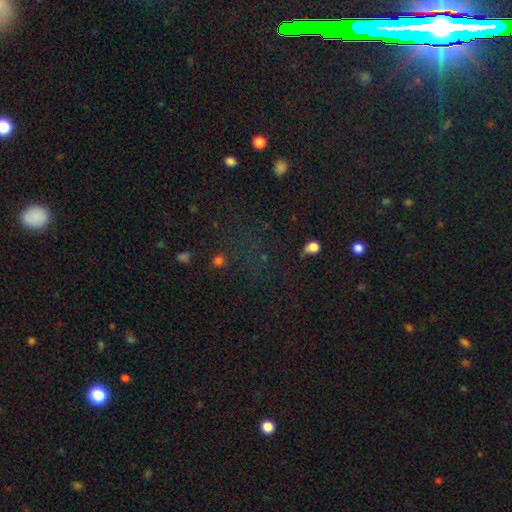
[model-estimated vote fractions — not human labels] Q: Smooth or featured?
A: star or artifact (69%); runner-up: smooth (20%)